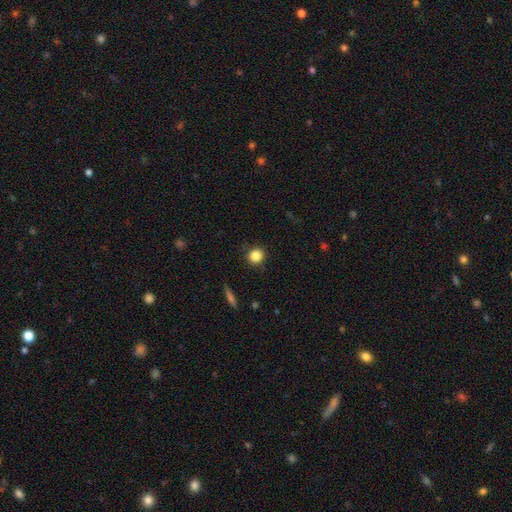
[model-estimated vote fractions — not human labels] Smooth or featured? Predicted: smooth (p=0.85). How rounded? Predicted: round (p=0.91). Merging? Predicted: none (p=0.88).